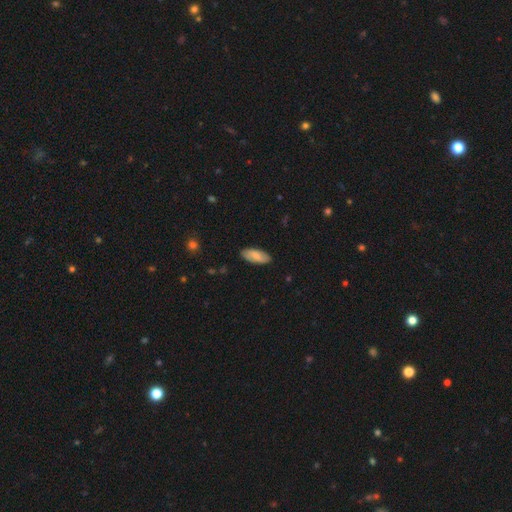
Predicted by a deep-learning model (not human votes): This appears to be a smooth galaxy with no disk features (77%) that is in between round and cigar-shaped (87%). Merging: none (87%).